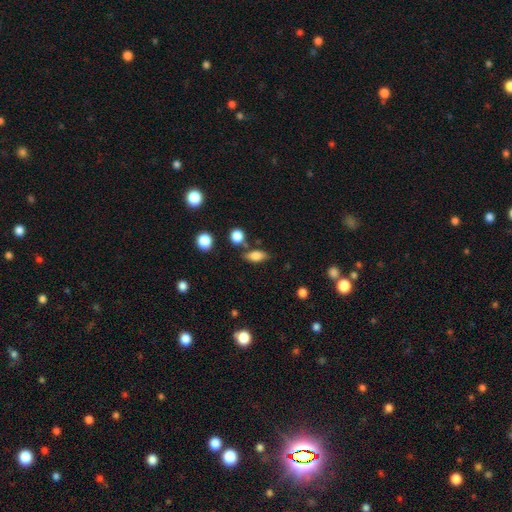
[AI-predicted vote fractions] A smooth galaxy with no disk features (78%) that is in between round and cigar-shaped (82%). Merging: none (74%).